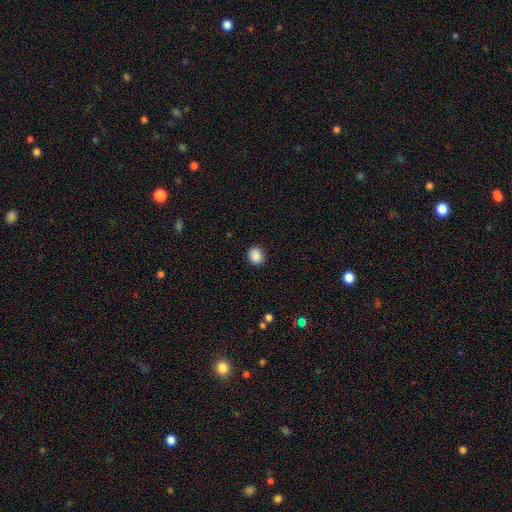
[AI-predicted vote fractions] smooth_or_featured: smooth (p=0.88) [alt: star or artifact p=0.09]
how_rounded: round (p=0.70) [alt: in between p=0.29]
merging: none (p=0.87) [alt: minor disturbance p=0.09]